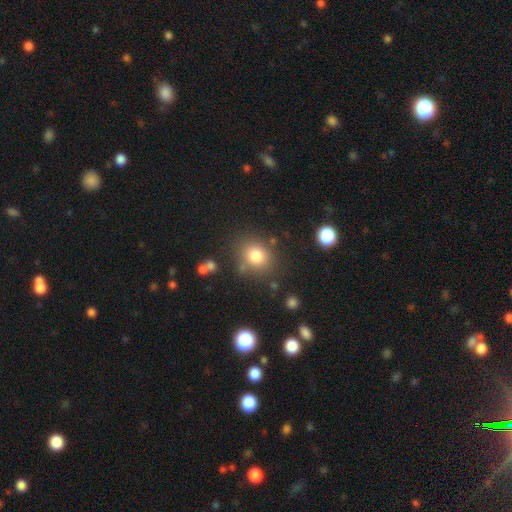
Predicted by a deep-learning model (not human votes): Smooth or featured? Predicted: smooth (p=0.79). How rounded? Predicted: round (p=0.69). Merging? Predicted: none (p=0.76).